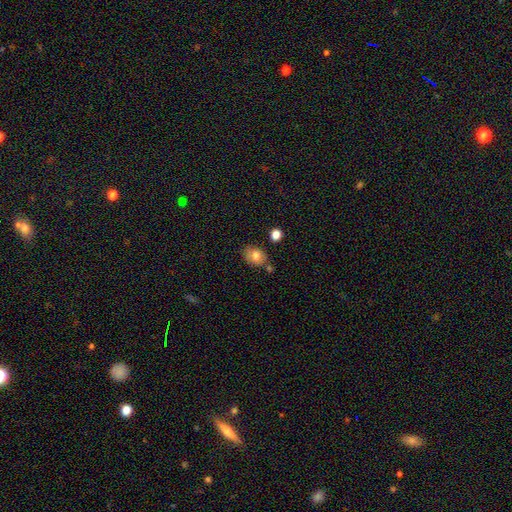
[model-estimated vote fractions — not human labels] Morphology: type=smooth (76%); roundness=in between (60%); merging=none (69%).